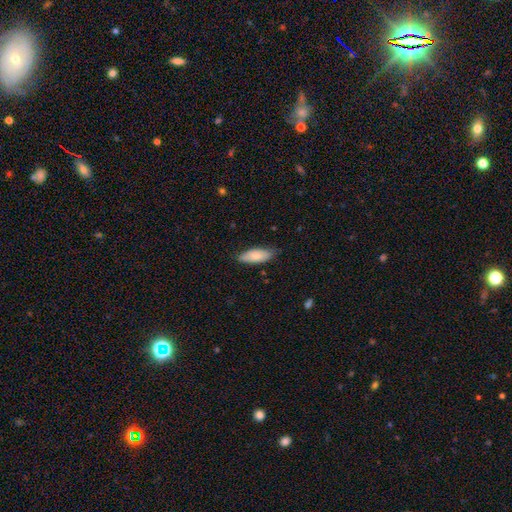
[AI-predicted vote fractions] A smooth galaxy with no disk features (78%) that is in between round and cigar-shaped (75%). Merging: none (77%).